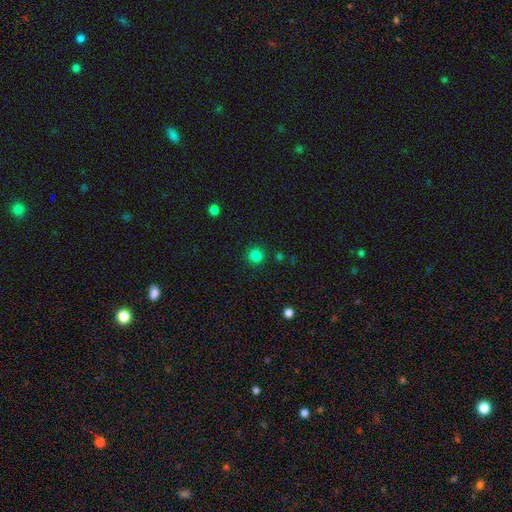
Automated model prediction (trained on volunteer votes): A smooth galaxy with no disk features (83%) that is round (95%). Merging: none (90%).